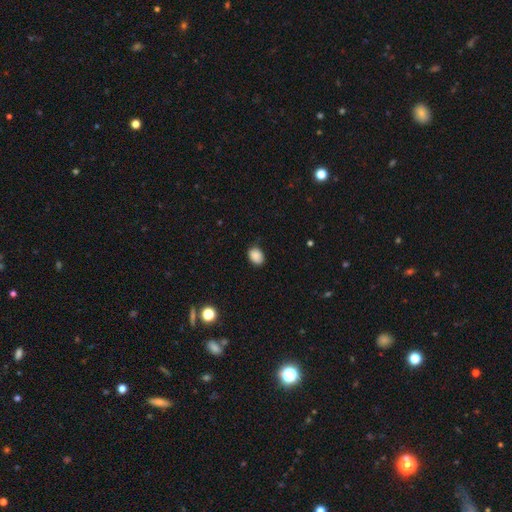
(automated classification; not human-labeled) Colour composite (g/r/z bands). It shows a smooth galaxy with no disk features (88%) that is in between round and cigar-shaped (71%). Merging: none (82%).